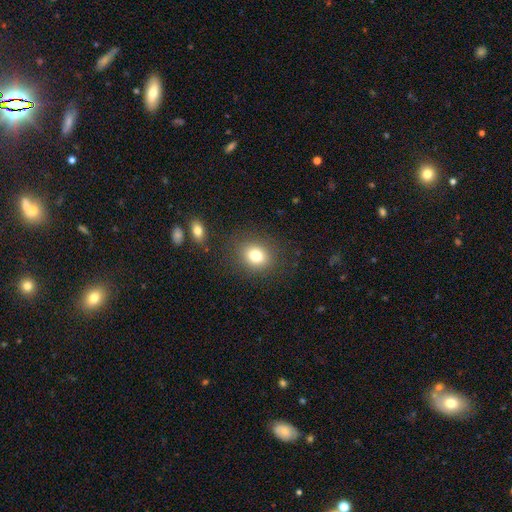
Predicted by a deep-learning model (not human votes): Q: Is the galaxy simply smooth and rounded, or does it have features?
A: smooth — 79%.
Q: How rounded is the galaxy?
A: round — 65%.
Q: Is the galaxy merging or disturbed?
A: none — 84%.